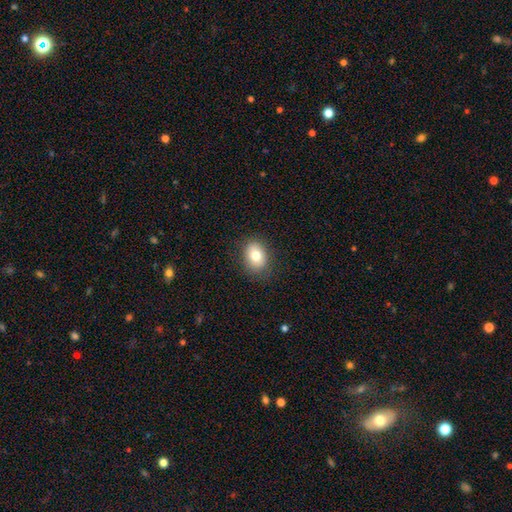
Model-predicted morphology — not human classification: smooth_or_featured: smooth (p=0.77) [alt: featured or disk p=0.13]
how_rounded: in between (p=0.66) [alt: round p=0.33]
merging: none (p=0.85) [alt: minor disturbance p=0.11]